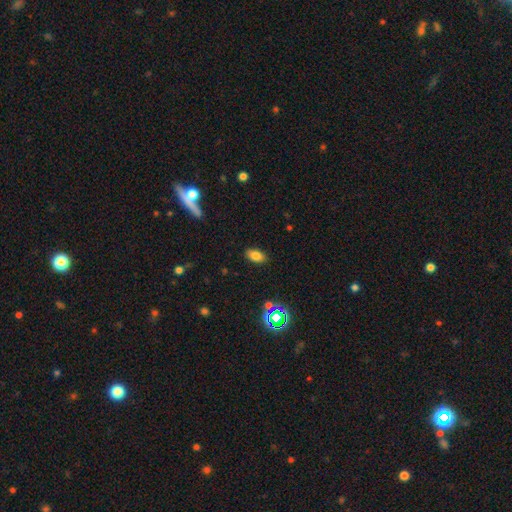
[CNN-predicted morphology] type=smooth (79%); roundness=in between (91%); merging=none (87%).